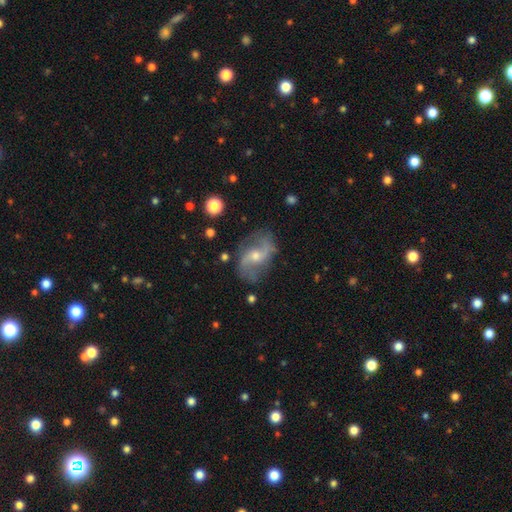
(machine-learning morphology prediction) Smooth or featured?
  - featured or disk: 85% *
  - smooth: 9%
  - star or artifact: 6%
Edge-on disk?
  - no: 97% *
  - yes: 3%
Bar?
  - no: 44% *
  - weak: 42%
  - strong: 14%
Spiral arms?
  - yes: 95% *
  - no: 5%
Spiral winding?
  - loose: 68% *
  - medium: 25%
  - tight: 7%
Spiral arm count?
  - 2: 92% *
  - can't tell: 3%
  - 1: 2%
  - 3: 1%
  - 4: 1%
  - more than 4: 1%
Bulge size?
  - moderate: 50% *
  - small: 45%
  - large: 2%
  - none: 2%
  - dominant: 1%
Merging?
  - none: 77% *
  - minor disturbance: 15%
  - major disturbance: 7%
  - merger: 2%